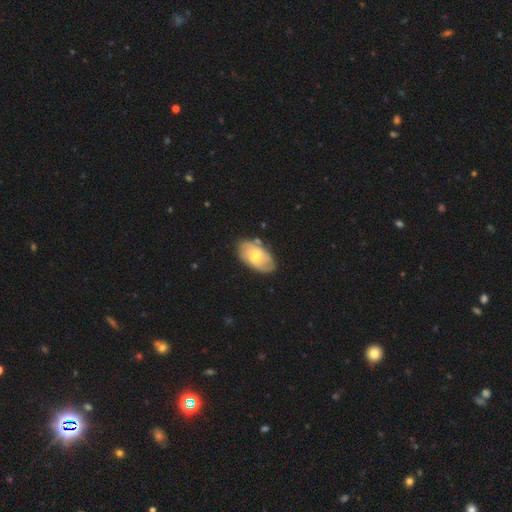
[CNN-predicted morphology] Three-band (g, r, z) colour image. It shows a featured or disk galaxy (55%) with a weak bar (46%, tied with no), spiral arms (77%) and a moderate central bulge (53%). Merging: none (72%).